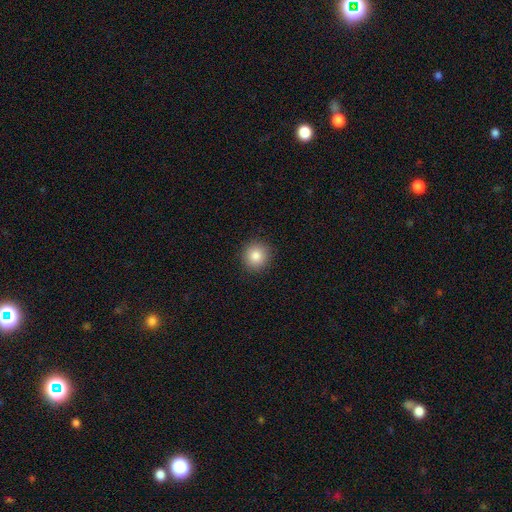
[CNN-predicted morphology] smooth-or-featured: smooth: 84% | star or artifact: 10% | featured or disk: 6%
  how-rounded: round: 93% | in between: 6% | cigar-shaped: 1%
  merging: none: 92% | minor disturbance: 5% | major disturbance: 2% | merger: 1%